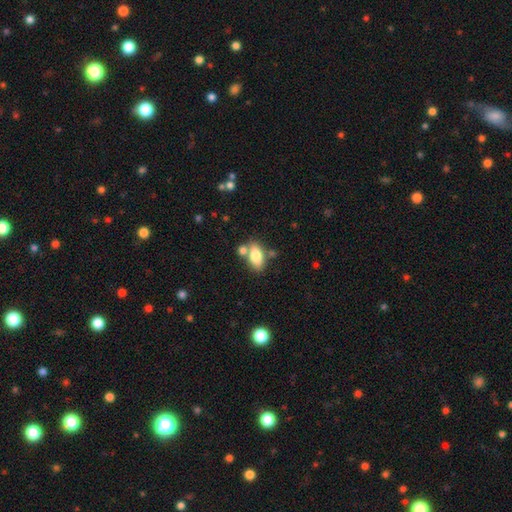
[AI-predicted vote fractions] smooth-or-featured: smooth: 77% | featured or disk: 15% | star or artifact: 8%
  how-rounded: in between: 88% | cigar-shaped: 6% | round: 6%
  merging: none: 60% | merger: 22% | minor disturbance: 14% | major disturbance: 4%